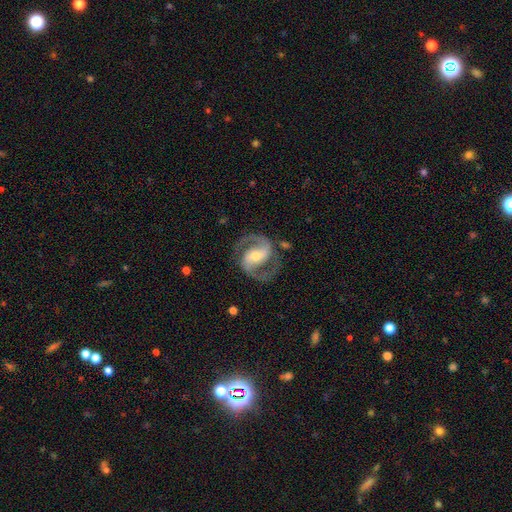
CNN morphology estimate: type=featured or disk (91%); edge-on=no (98%); bar=strong (45%); spiral arms=yes (98%); winding=medium (64%); arm count=2 (94%); bulge=moderate (54%); merging=none (81%).